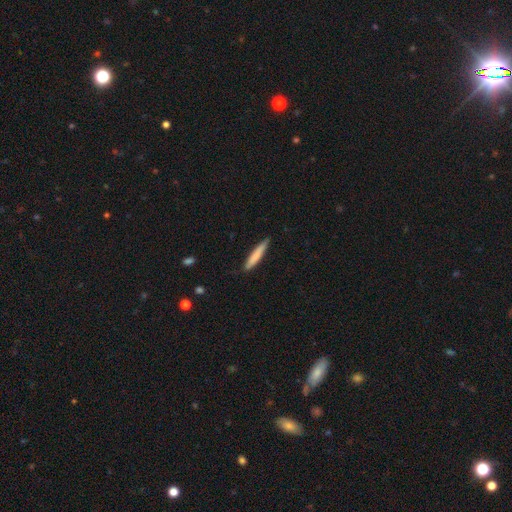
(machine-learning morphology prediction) Q: Smooth or featured?
A: smooth (79%); runner-up: featured or disk (16%)
Q: How rounded?
A: cigar-shaped (92%); runner-up: in between (7%)
Q: Merging?
A: none (83%); runner-up: minor disturbance (14%)